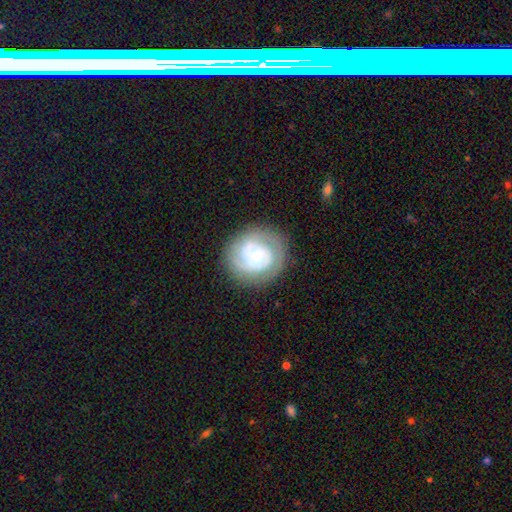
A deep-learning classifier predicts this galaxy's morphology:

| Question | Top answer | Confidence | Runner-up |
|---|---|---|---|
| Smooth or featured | featured or disk | 73% | smooth (21%) |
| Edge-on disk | no | 98% | yes (2%) |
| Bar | no | 68% | weak (26%) |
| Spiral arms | yes | 89% | no (11%) |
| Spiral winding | tight | 69% | medium (24%) |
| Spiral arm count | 2 | 42% | can't tell (25%) |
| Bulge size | small | 59% | moderate (28%) |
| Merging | none | 78% | minor disturbance (14%) |